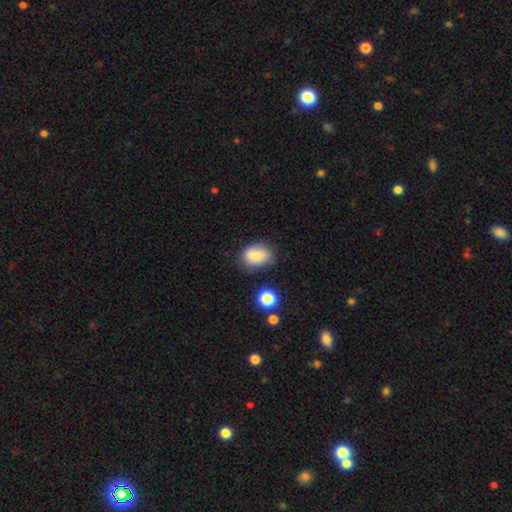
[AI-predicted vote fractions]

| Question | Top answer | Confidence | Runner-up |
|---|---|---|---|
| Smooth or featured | smooth | 85% | star or artifact (9%) |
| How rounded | in between | 77% | round (22%) |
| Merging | none | 70% | minor disturbance (21%) |